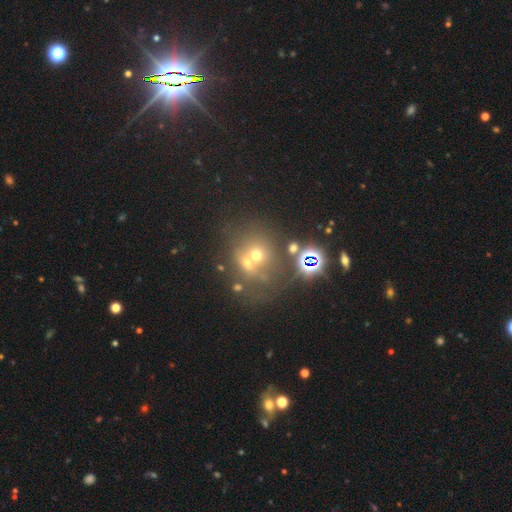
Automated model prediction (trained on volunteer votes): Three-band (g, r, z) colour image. It shows a smooth galaxy with no disk features (47%). Merging: merger (42%).